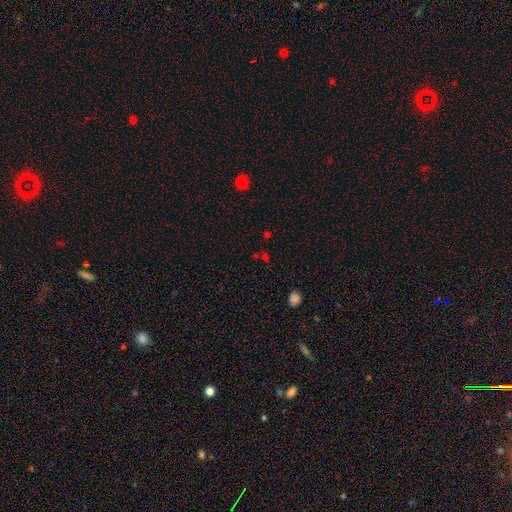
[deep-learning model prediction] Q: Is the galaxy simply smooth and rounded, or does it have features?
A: star or artifact — 52%.